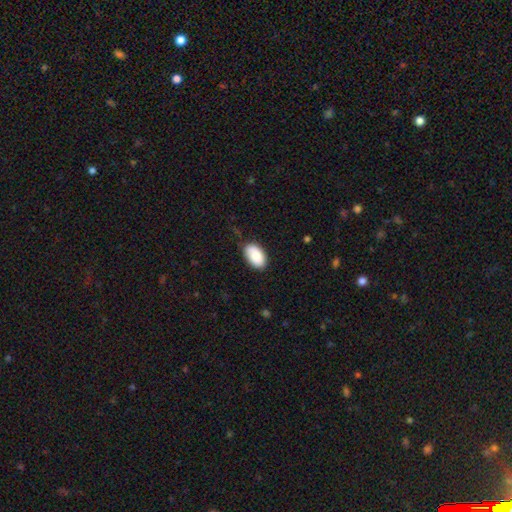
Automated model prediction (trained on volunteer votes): Smooth or featured? Predicted: smooth (p=0.86). How rounded? Predicted: in between (p=0.94). Merging? Predicted: none (p=0.77).